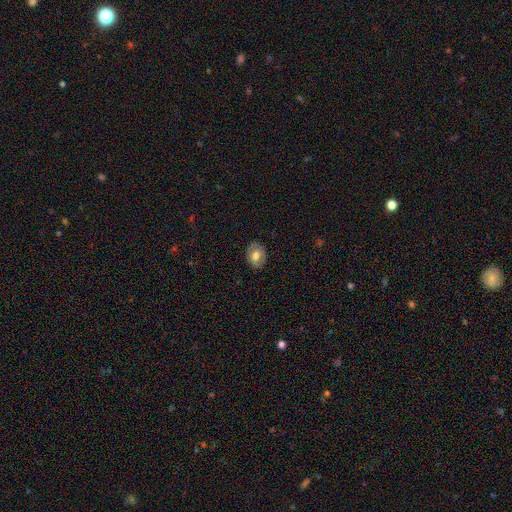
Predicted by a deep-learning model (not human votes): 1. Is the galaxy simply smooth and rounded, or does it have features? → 66% smooth, 26% featured or disk, 8% star or artifact.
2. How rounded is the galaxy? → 54% in between, 45% round, 1% cigar-shaped.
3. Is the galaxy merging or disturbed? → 85% none, 12% minor disturbance, 3% major disturbance, 1% merger.